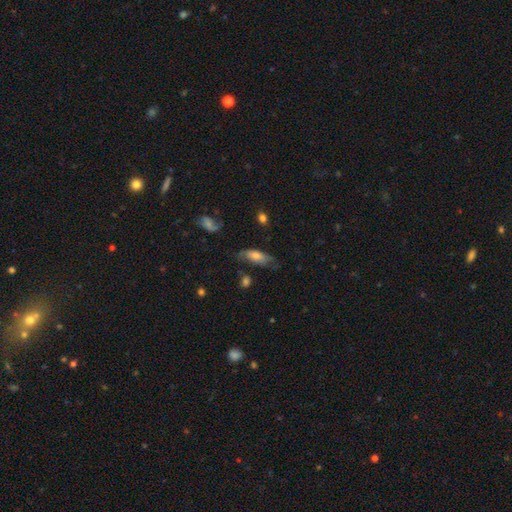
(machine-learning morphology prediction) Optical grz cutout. It shows a smooth galaxy with no disk features (64%) that is in between round and cigar-shaped (76%). Merging: none (52%).